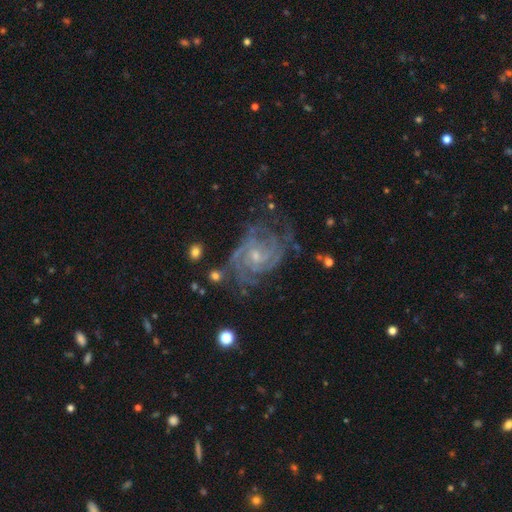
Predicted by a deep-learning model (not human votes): A featured or disk galaxy (87%) with no bar (61%), tight (60%) spiral arms (96%) and a small central bulge (65%). Merging: none (64%).